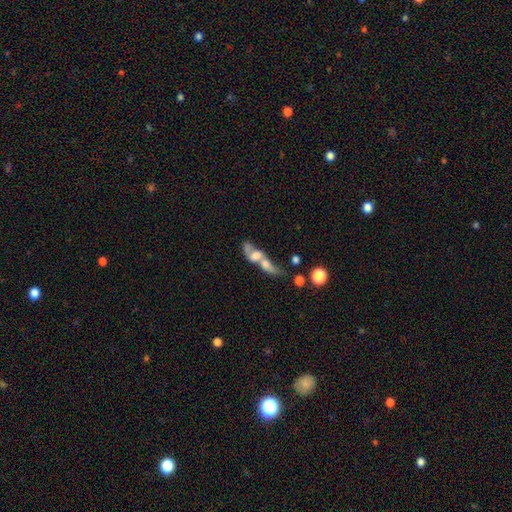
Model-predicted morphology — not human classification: The model was most divided on "smooth or featured": smooth: 48%, featured or disk: 40%, star or artifact: 12%. More confident: merging — merger (74%).